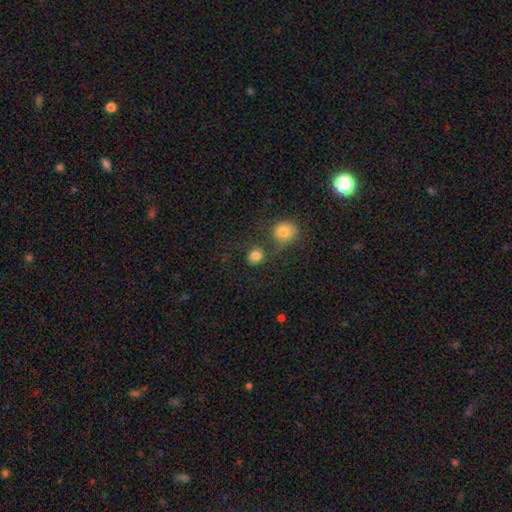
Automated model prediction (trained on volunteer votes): smooth_or_featured: smooth (p=0.81) [alt: star or artifact p=0.11]
how_rounded: round (p=0.72) [alt: in between p=0.27]
merging: none (p=0.56) [alt: merger p=0.24]